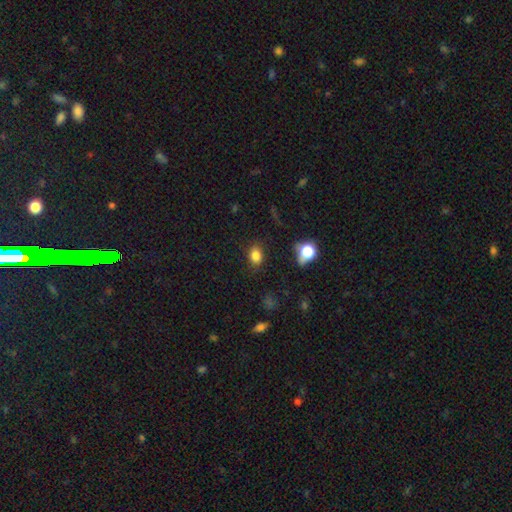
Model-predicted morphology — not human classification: This is clearly a smooth galaxy (82%). How rounded: likely in between (62%). Merging: clearly none (80%).